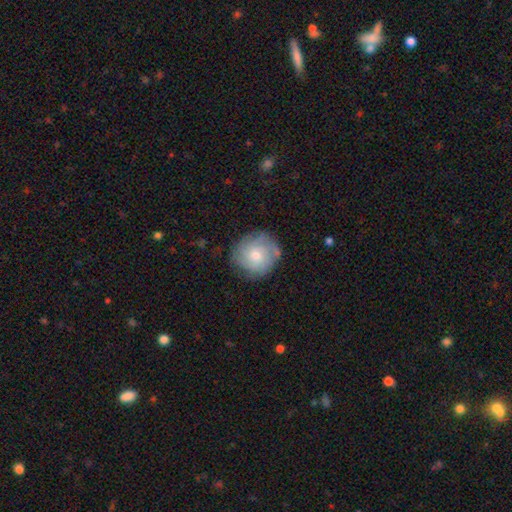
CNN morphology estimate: Smooth or featured: featured or disk — 51% (smooth — 40%)
Edge-on disk: no — 97% (yes — 3%)
Merging: none — 79% (minor disturbance — 15%)